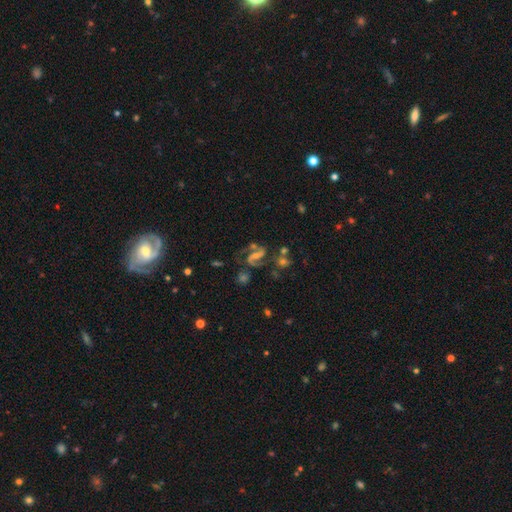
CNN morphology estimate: featured or disk 80%, star or artifact 12%, smooth 8%. Down the decision tree: edge-on disk — no (97%); bar — weak (42%); spiral arms — yes (95%); spiral arm count — 2 (89%); spiral winding — medium (54%); bulge size — small (47%); merging — none (54%).